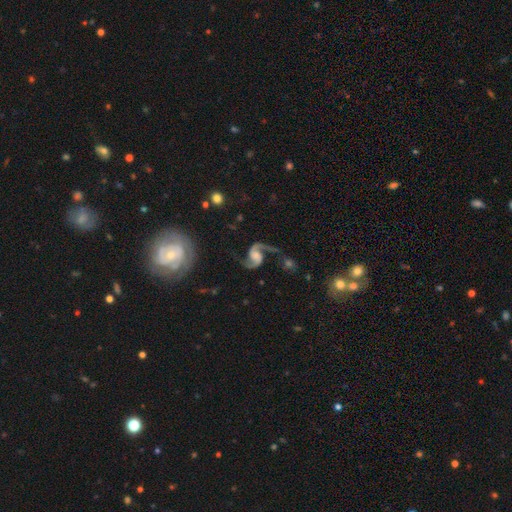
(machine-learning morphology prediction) Smooth or featured: featured or disk — 92% (star or artifact — 4%)
Edge-on disk: no — 98% (yes — 2%)
Bar: no — 52% (weak — 37%)
Spiral arms: yes — 98% (no — 2%)
Spiral winding: loose — 61% (medium — 34%)
Spiral arm count: 2 — 94% (1 — 2%)
Bulge size: moderate — 29% (tied with none — 29%)
Merging: none — 71% (minor disturbance — 15%)